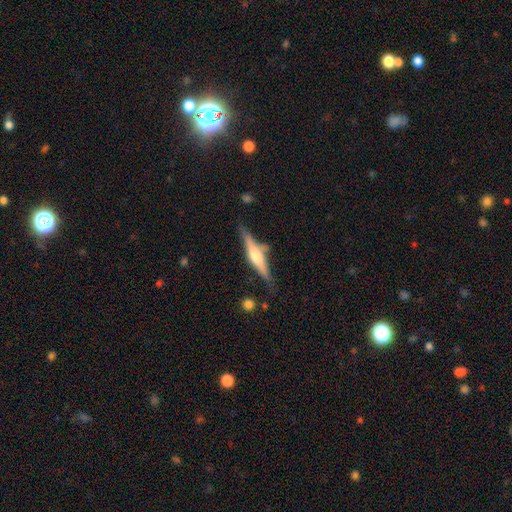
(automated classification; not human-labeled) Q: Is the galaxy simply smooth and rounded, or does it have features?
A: featured or disk — 69%.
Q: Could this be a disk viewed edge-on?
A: yes — 97%.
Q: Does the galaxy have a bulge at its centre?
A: rounded — 81%.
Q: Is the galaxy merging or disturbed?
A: none — 76%.